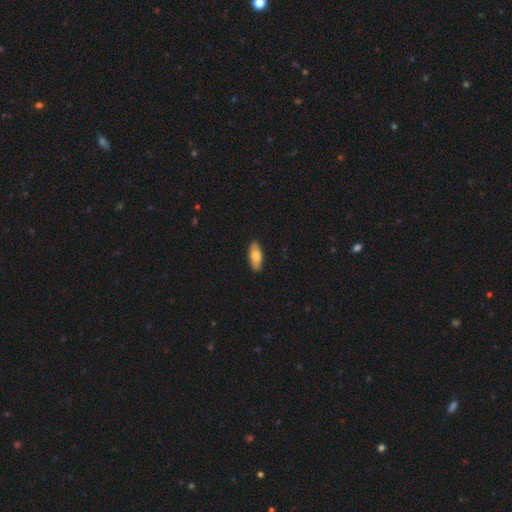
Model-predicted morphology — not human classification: Overall: smooth (74%). How rounded: in between (79%). Merging: none (90%).